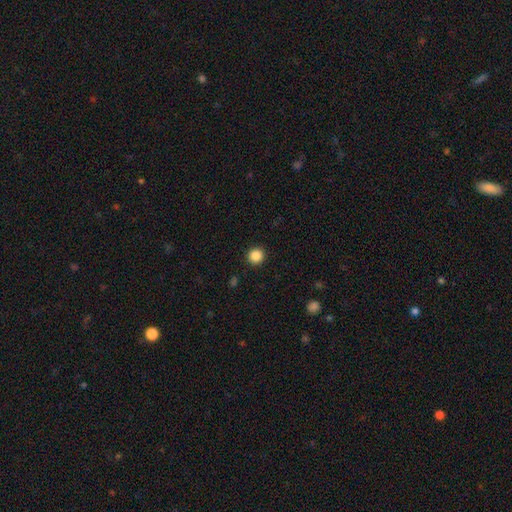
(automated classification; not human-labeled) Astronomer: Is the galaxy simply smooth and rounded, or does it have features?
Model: smooth — 87%.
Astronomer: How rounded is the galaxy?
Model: round — 95%.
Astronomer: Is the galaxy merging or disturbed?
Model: none — 93%.